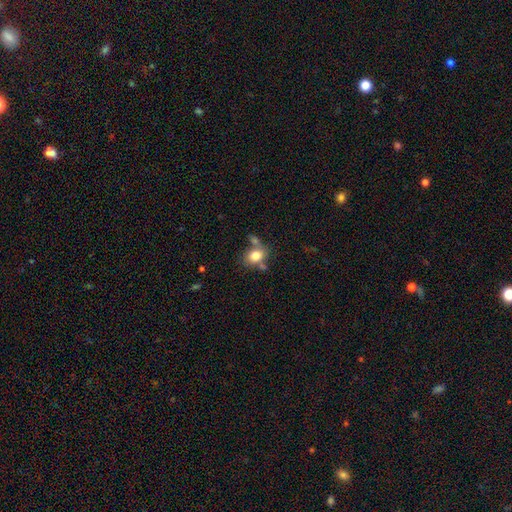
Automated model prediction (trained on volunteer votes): Smooth or featured? Predicted: smooth (p=0.80). How rounded? Predicted: in between (p=0.64). Merging? Predicted: none (p=0.54).